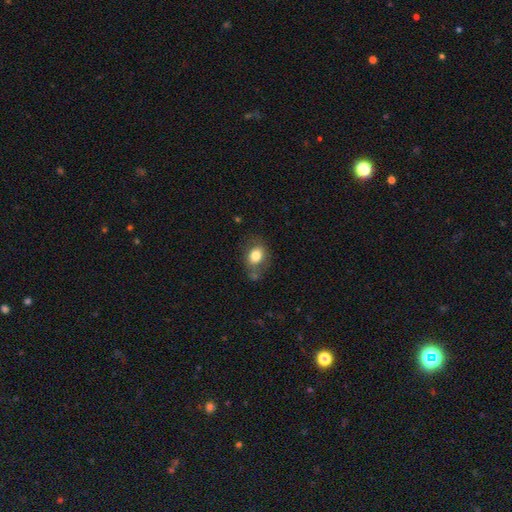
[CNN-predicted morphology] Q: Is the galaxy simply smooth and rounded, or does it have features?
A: smooth — 79%.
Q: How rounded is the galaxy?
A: in between — 61%.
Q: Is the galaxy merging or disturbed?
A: none — 62%.